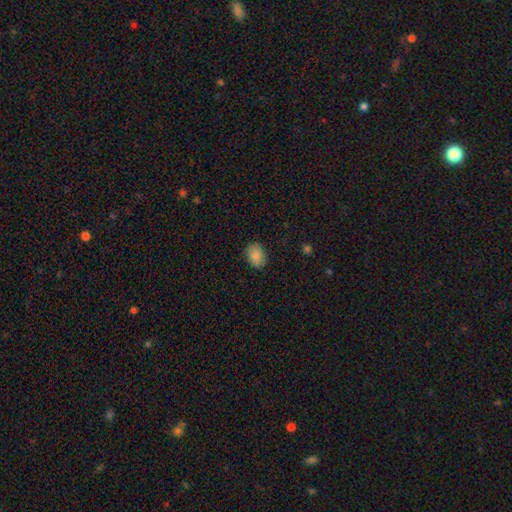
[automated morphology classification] This is clearly a smooth galaxy (86%). How rounded: likely in between (71%). Merging: clearly none (83%).